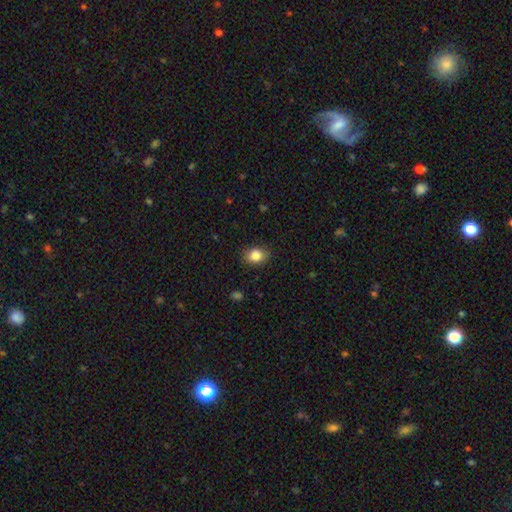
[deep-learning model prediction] smooth-or-featured: smooth: 85% | star or artifact: 9% | featured or disk: 6%
  how-rounded: in between: 59% | round: 40% | cigar-shaped: 1%
  merging: none: 83% | minor disturbance: 13% | major disturbance: 3% | merger: 1%